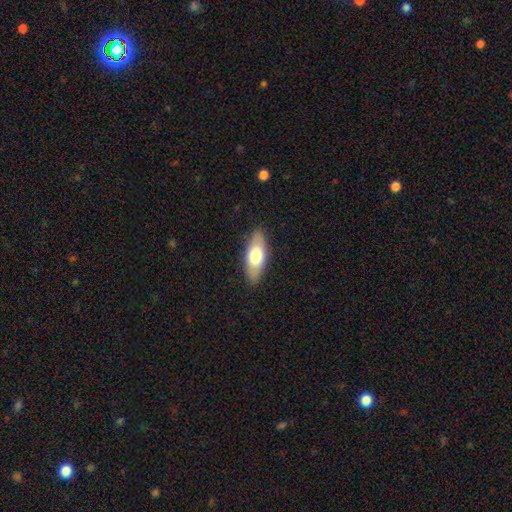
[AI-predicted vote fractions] Smooth or featured? Predicted: smooth (p=0.67). How rounded? Predicted: in between (p=0.77). Merging? Predicted: none (p=0.87).